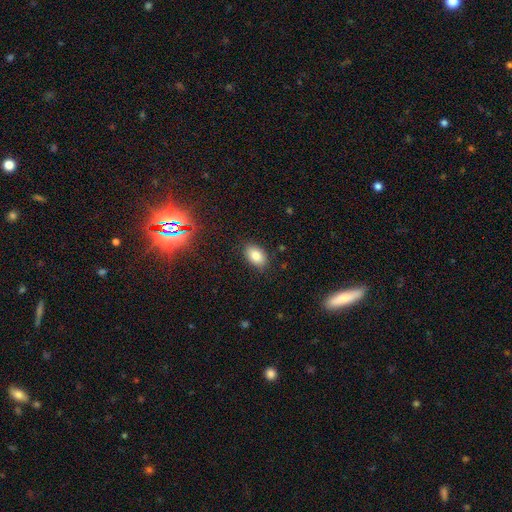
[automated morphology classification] A smooth galaxy with no disk features (82%) that is in between round and cigar-shaped (89%).

Vote fractions:
- Smooth or featured? smooth: 82% / star or artifact: 9% / featured or disk: 8%
- How rounded? in between: 89% / round: 10% / cigar-shaped: 1%
- Merging? none: 85% / minor disturbance: 11% / major disturbance: 3% / merger: 1%